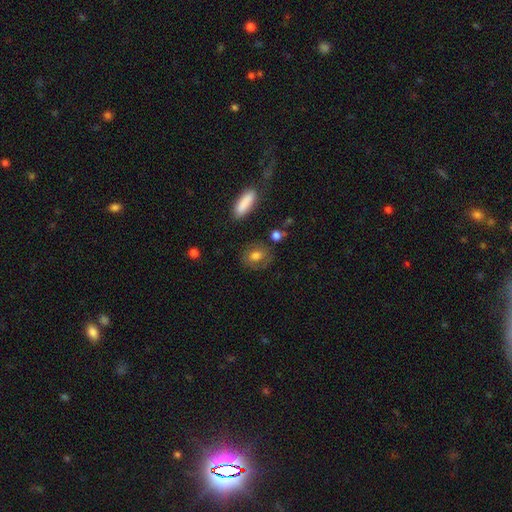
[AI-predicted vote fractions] This appears to be a smooth galaxy with no disk features (66%) that is round (52%). Merging: none (76%).